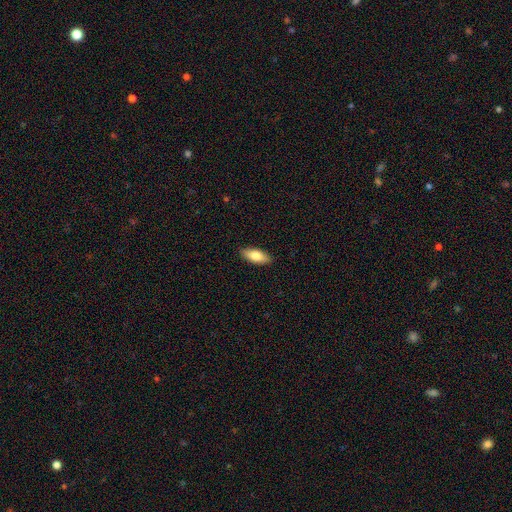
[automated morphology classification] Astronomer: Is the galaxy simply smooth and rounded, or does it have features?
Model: smooth — 79%.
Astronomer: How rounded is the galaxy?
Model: in between — 79%.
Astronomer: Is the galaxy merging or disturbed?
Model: none — 90%.